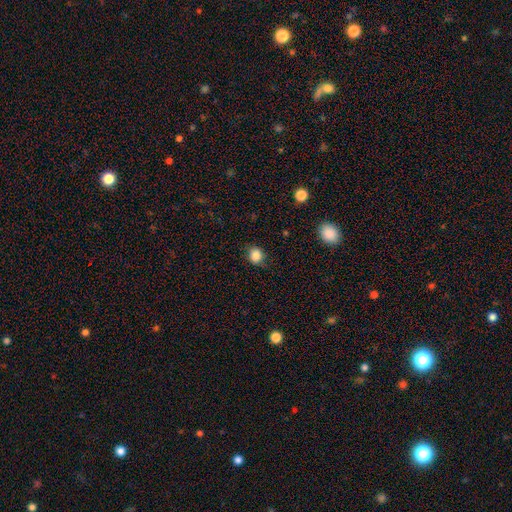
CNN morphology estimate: Overall: smooth (86%). How rounded: round (74%). Merging: none (82%).